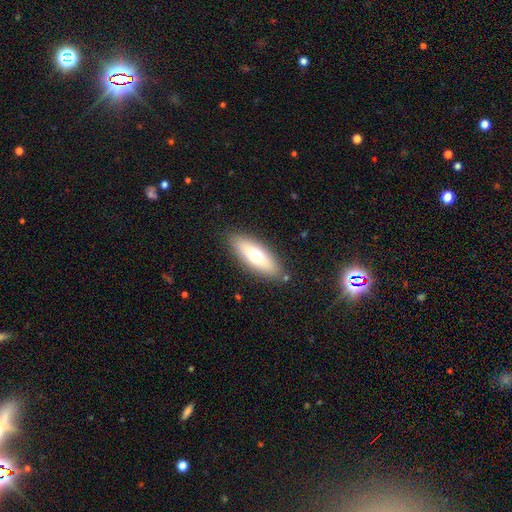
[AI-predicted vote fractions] smooth 65%, featured or disk 28%, star or artifact 7%. Down the decision tree: how rounded — in between (64%); merging — none (85%).